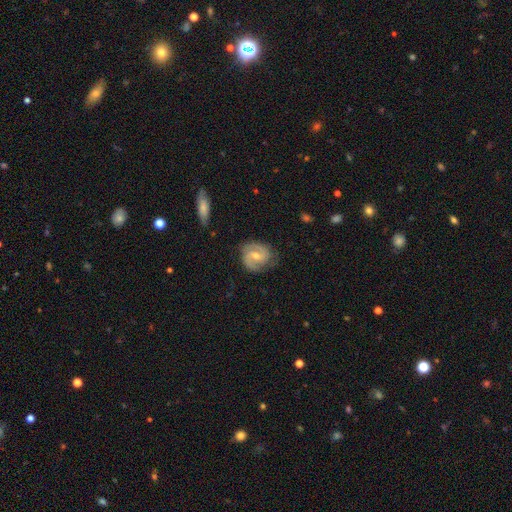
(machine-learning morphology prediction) Smooth or featured?
  - featured or disk: 79% *
  - smooth: 15%
  - star or artifact: 6%
Edge-on disk?
  - no: 97% *
  - yes: 3%
Bar?
  - weak: 47% *
  - no: 38%
  - strong: 14%
Spiral arms?
  - yes: 94% *
  - no: 6%
Spiral winding?
  - medium: 44% *
  - tight: 42%
  - loose: 14%
Spiral arm count?
  - 2: 84% *
  - can't tell: 8%
  - 1: 3%
  - 3: 3%
  - 4: 1%
  - more than 4: 1%
Bulge size?
  - moderate: 57% *
  - small: 39%
  - large: 2%
  - none: 1%
  - dominant: 1%
Merging?
  - none: 77% *
  - minor disturbance: 17%
  - major disturbance: 5%
  - merger: 1%